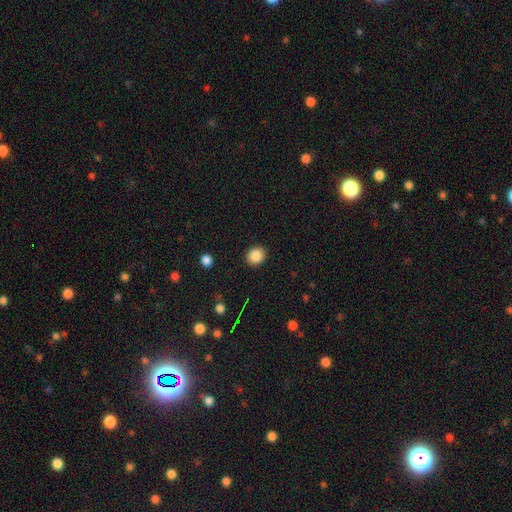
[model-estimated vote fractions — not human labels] Smooth or featured?
  - smooth: 86% *
  - star or artifact: 10%
  - featured or disk: 4%
How rounded?
  - round: 70% *
  - in between: 29%
  - cigar-shaped: 1%
Merging?
  - none: 91% *
  - minor disturbance: 6%
  - major disturbance: 2%
  - merger: 1%